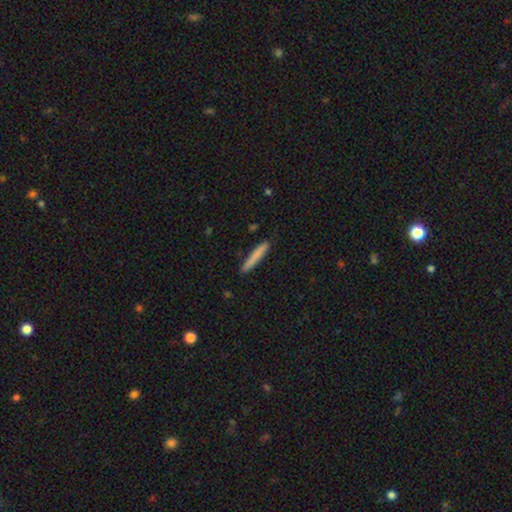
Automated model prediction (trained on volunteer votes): smooth_or_featured: smooth (p=0.79) [alt: featured or disk p=0.15]
how_rounded: cigar-shaped (p=0.95) [alt: in between p=0.04]
merging: none (p=0.88) [alt: minor disturbance p=0.09]